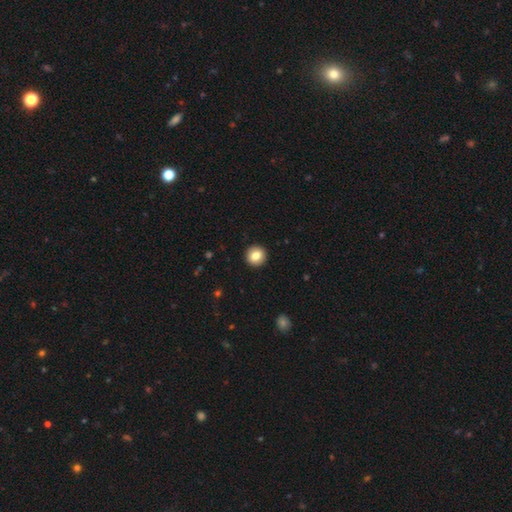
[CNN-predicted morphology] smooth_or_featured: smooth (p=0.82) [alt: featured or disk p=0.09]
how_rounded: round (p=0.95) [alt: in between p=0.04]
merging: none (p=0.94) [alt: minor disturbance p=0.04]